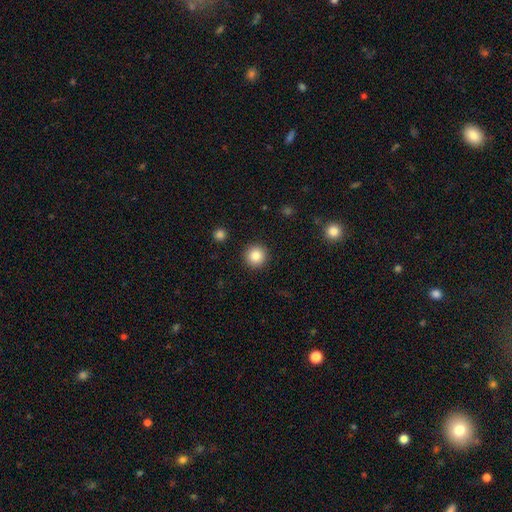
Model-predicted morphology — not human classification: Smooth or featured? Predicted: smooth (p=0.86). How rounded? Predicted: round (p=0.95). Merging? Predicted: none (p=0.92).